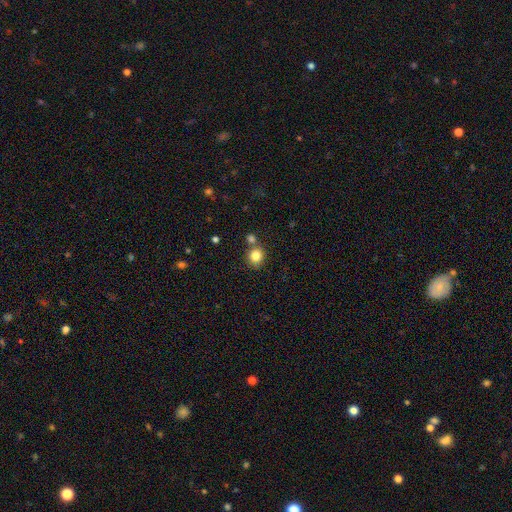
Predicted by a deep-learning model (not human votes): This is clearly a smooth galaxy (83%). How rounded: clearly round (82%). Merging: likely none (68%).